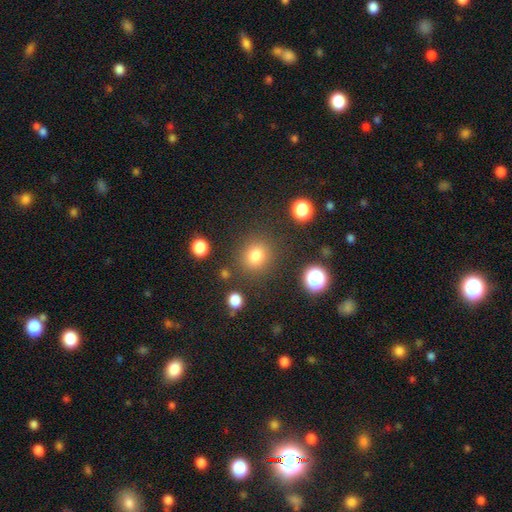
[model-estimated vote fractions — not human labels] This is likely a smooth galaxy (80%). How rounded: clearly round (87%). Merging: clearly none (84%).